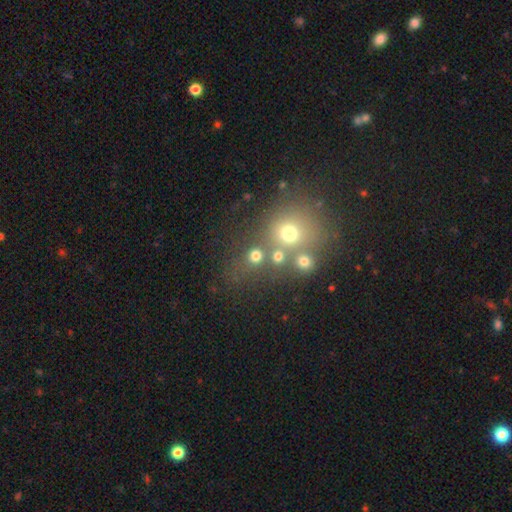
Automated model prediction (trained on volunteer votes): A smooth galaxy with no disk features (71%) that is round (87%). Merging: none (63%).